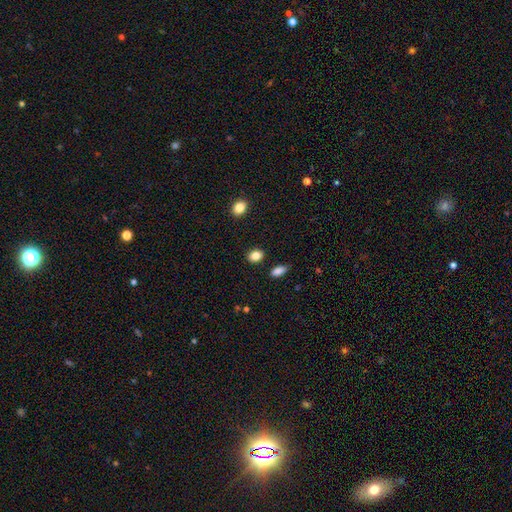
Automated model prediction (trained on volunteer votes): Smooth or featured? smooth (86%)
How rounded? in between (62%)
Merging? none (87%)